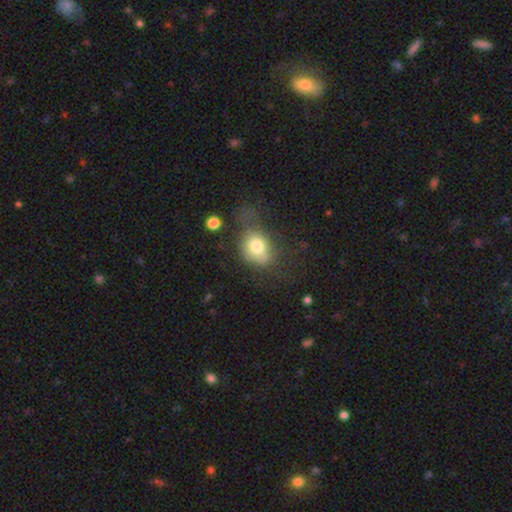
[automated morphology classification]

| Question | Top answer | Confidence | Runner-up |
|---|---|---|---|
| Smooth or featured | smooth | 68% | featured or disk (17%) |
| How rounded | in between | 57% | round (42%) |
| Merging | none | 40% | minor disturbance (30%) |